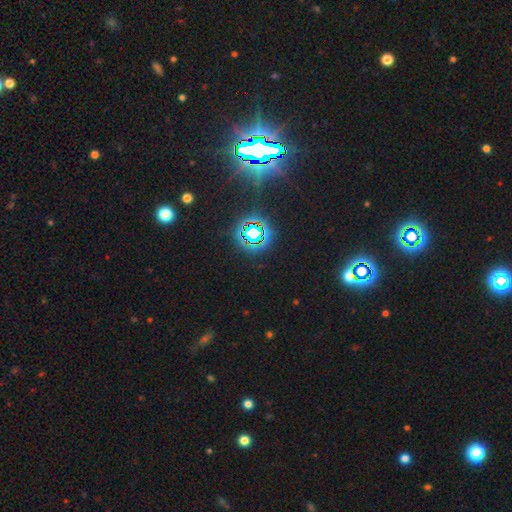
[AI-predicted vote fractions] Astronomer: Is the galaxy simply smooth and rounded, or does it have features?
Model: star or artifact — 82%.